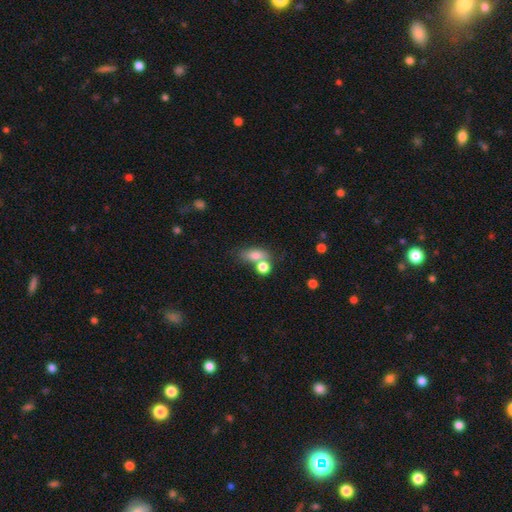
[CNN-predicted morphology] This is likely a smooth galaxy (78%). How rounded: likely in between (73%). Merging: marginally none (42%).